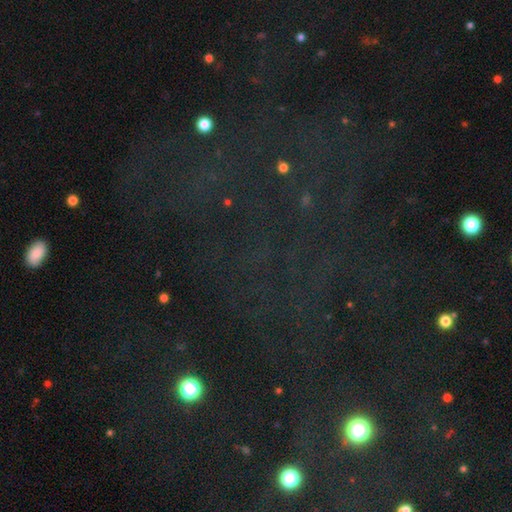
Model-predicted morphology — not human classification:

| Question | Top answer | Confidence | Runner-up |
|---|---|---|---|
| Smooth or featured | star or artifact | 69% | smooth (19%) |